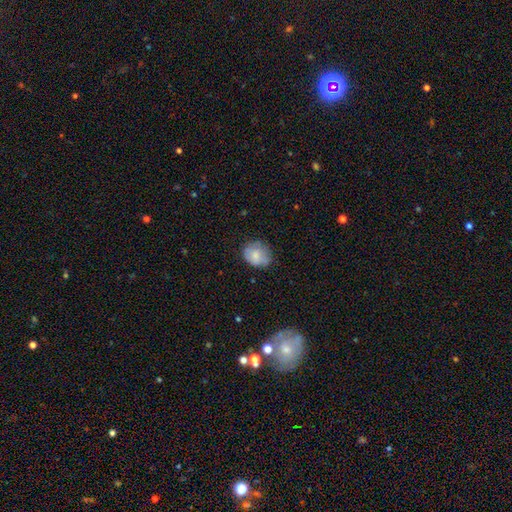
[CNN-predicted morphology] A smooth galaxy with no disk features (72%) that is round (59%).

Vote fractions:
- Smooth or featured? smooth: 72% / featured or disk: 20% / star or artifact: 8%
- How rounded? round: 59% / in between: 41% / cigar-shaped: 1%
- Merging? none: 62% / minor disturbance: 27% / major disturbance: 9% / merger: 2%